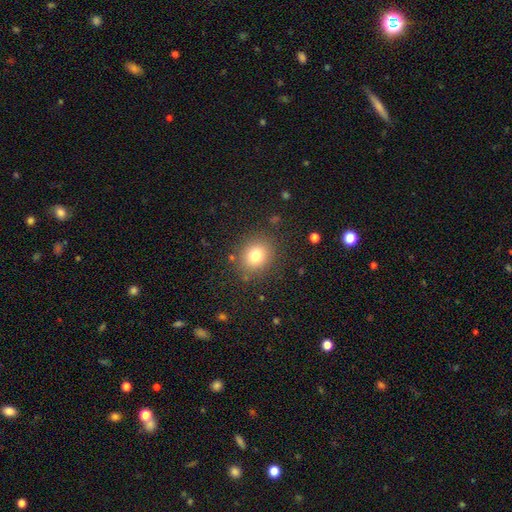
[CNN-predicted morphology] A smooth galaxy with no disk features (78%) that is round (73%). Merging: none (85%).